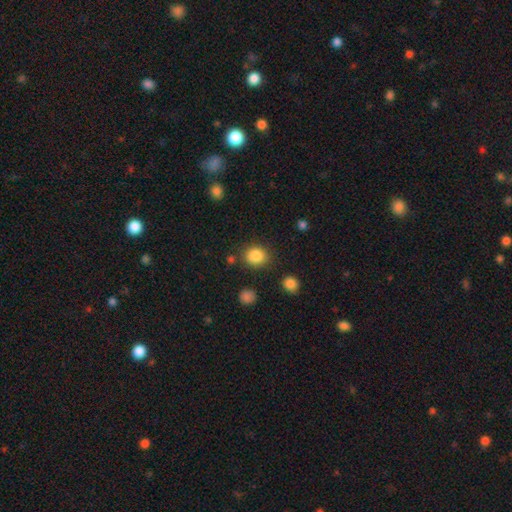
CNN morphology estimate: smooth_or_featured: smooth (p=0.86) [alt: star or artifact p=0.10]
how_rounded: round (p=0.71) [alt: in between p=0.28]
merging: none (p=0.82) [alt: minor disturbance p=0.10]